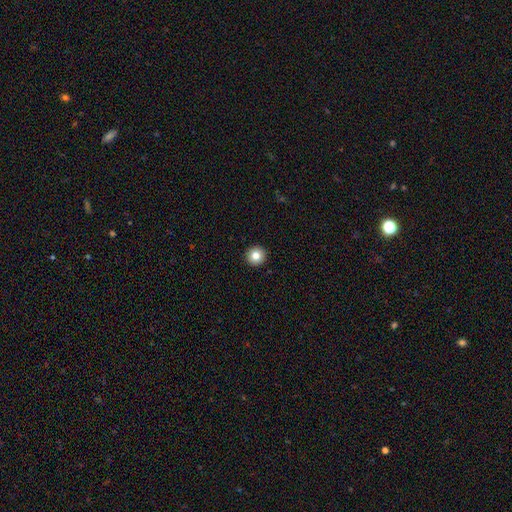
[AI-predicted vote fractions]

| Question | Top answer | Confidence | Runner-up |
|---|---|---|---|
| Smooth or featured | smooth | 81% | star or artifact (10%) |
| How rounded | round | 96% | in between (3%) |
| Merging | none | 94% | minor disturbance (4%) |